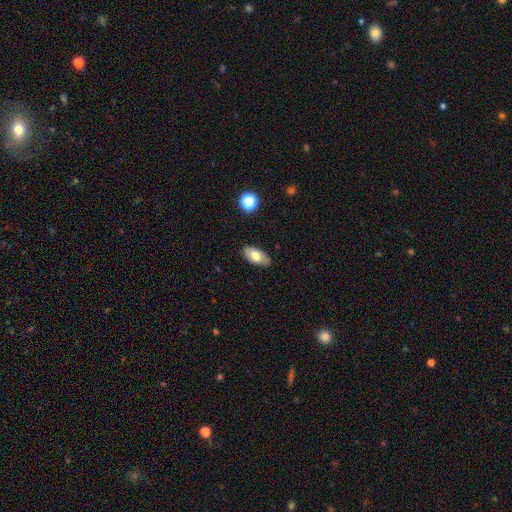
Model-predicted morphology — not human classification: Smooth or featured?
  - smooth: 67% *
  - featured or disk: 26%
  - star or artifact: 7%
How rounded?
  - in between: 91% *
  - cigar-shaped: 5%
  - round: 4%
Merging?
  - none: 81% *
  - minor disturbance: 15%
  - major disturbance: 3%
  - merger: 1%